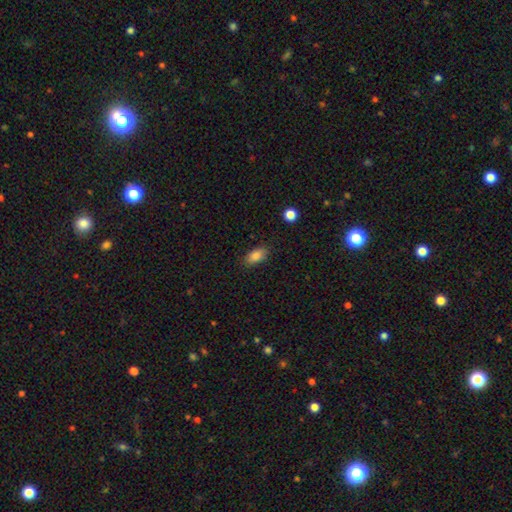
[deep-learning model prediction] Morphology: type=smooth (85%); roundness=in between (89%); merging=none (85%).